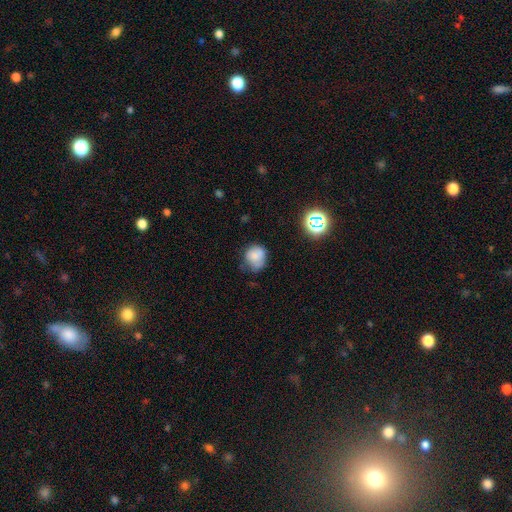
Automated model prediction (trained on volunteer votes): This appears to be a smooth galaxy with no disk features (74%) that is round (72%). Merging: none (50%).